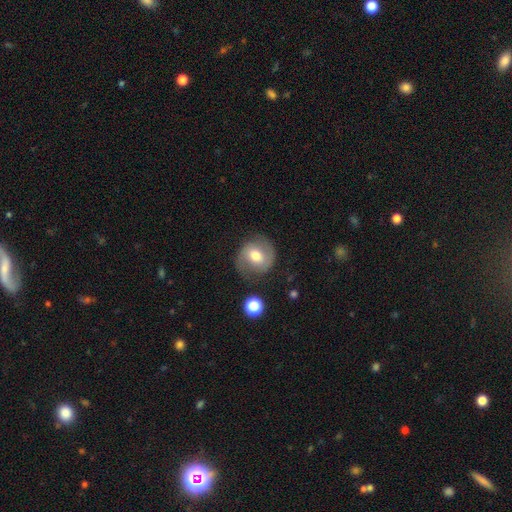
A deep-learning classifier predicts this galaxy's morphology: A featured or disk galaxy (54%) with no bar (43%), spiral arms (79%) and a moderate central bulge (73%). Merging: none (74%).